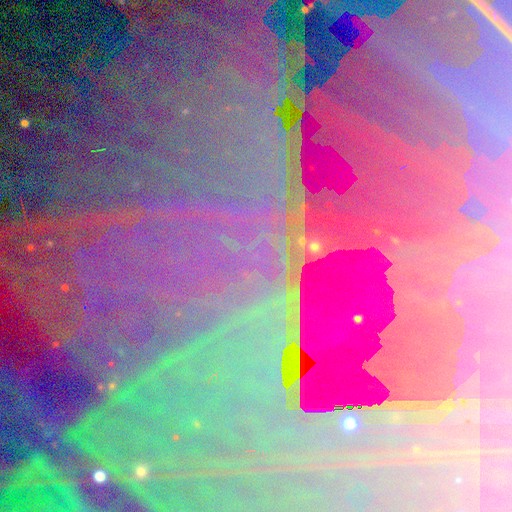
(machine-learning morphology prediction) A star or artifact, not a galaxy (88%).

Vote fractions:
- Smooth or featured? star or artifact: 88% / featured or disk: 7% / smooth: 5%